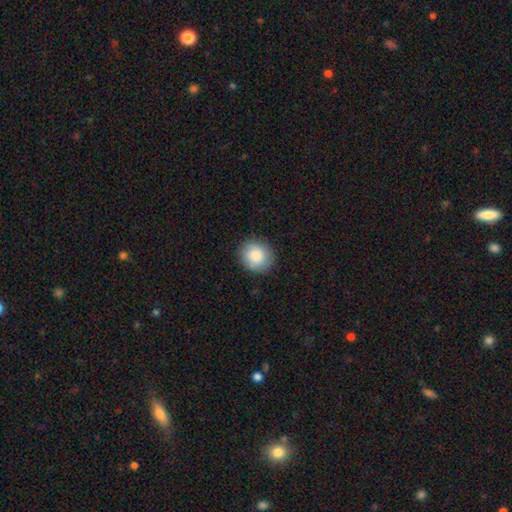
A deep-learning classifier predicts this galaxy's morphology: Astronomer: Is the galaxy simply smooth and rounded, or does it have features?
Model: smooth — 86%.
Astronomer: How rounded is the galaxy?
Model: round — 83%.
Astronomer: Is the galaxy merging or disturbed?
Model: none — 88%.